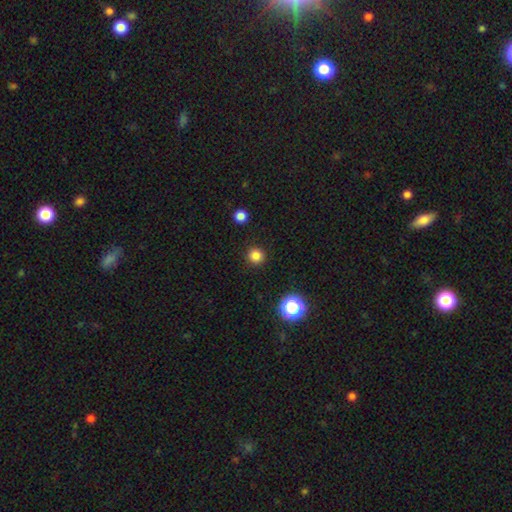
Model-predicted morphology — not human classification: This is clearly a smooth galaxy (83%). How rounded: clearly round (95%). Merging: clearly none (92%).